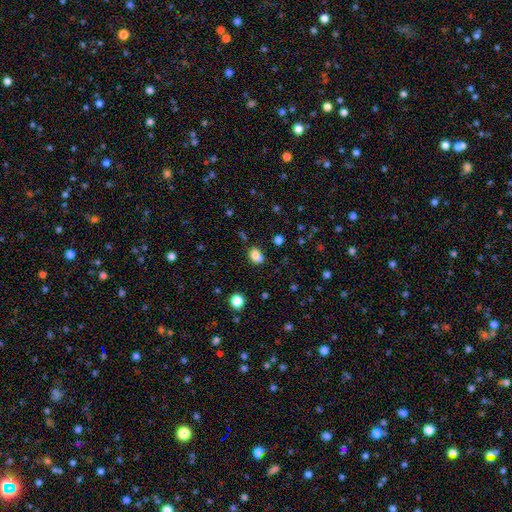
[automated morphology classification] Overall: smooth (81%). How rounded: in between (69%; round 29%). Merging: none (59%; minor disturbance 23%).